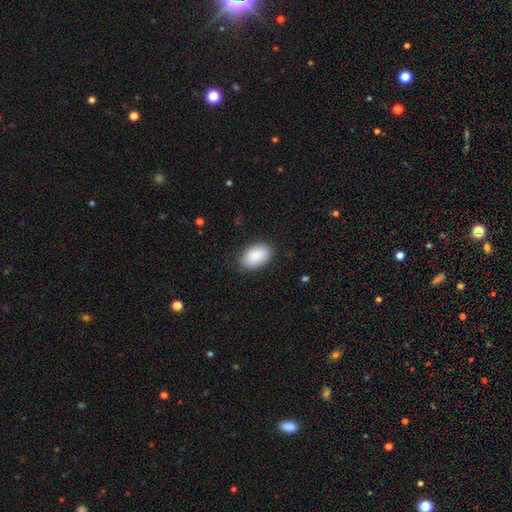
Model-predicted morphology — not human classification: A smooth galaxy with no disk features (88%) that is in between round and cigar-shaped (92%).

Vote fractions:
- Smooth or featured? smooth: 88% / star or artifact: 6% / featured or disk: 6%
- How rounded? in between: 92% / round: 7% / cigar-shaped: 1%
- Merging? none: 81% / minor disturbance: 14% / major disturbance: 4% / merger: 1%